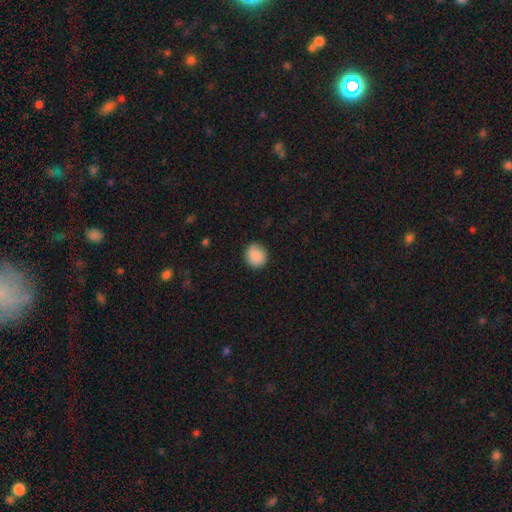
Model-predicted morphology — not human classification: smooth-or-featured: smooth: 89% | star or artifact: 8% | featured or disk: 3%
  how-rounded: round: 83% | in between: 16% | cigar-shaped: 1%
  merging: none: 85% | minor disturbance: 11% | major disturbance: 3% | merger: 1%